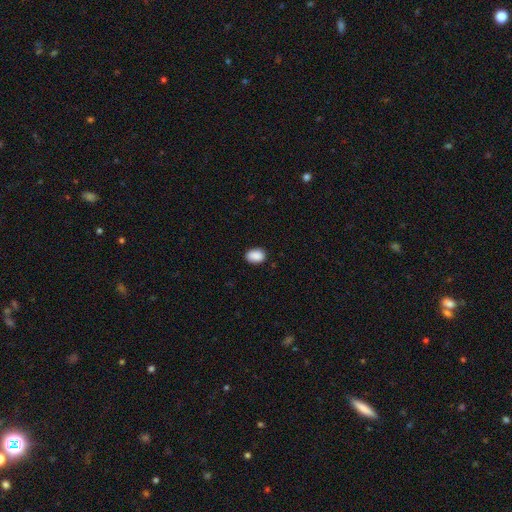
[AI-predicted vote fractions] This is clearly a smooth galaxy (90%). How rounded: clearly in between (82%). Merging: clearly none (85%).